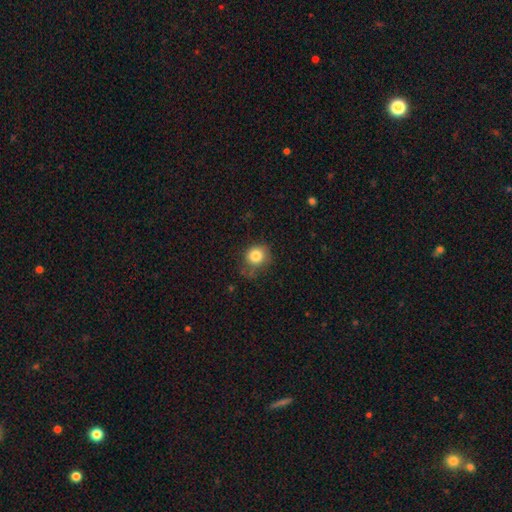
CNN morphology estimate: The model was most divided on "merging": none: 59%, minor disturbance: 27%, major disturbance: 11%, merger: 2%. More confident: smooth or featured — smooth (82%); how rounded — round (81%).